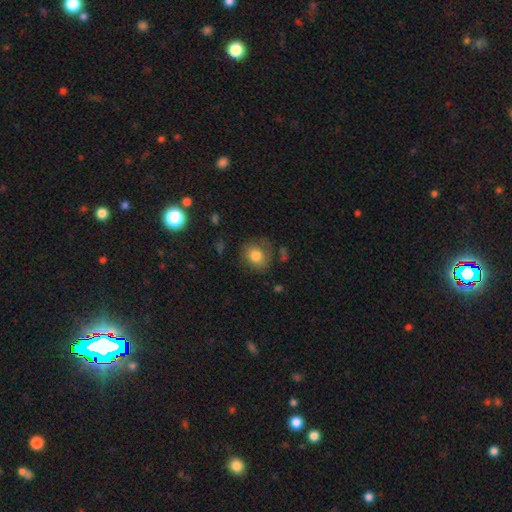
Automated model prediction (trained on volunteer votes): smooth 75%, featured or disk 16%, star or artifact 9%. Down the decision tree: how rounded — round (75%); merging — none (71%).